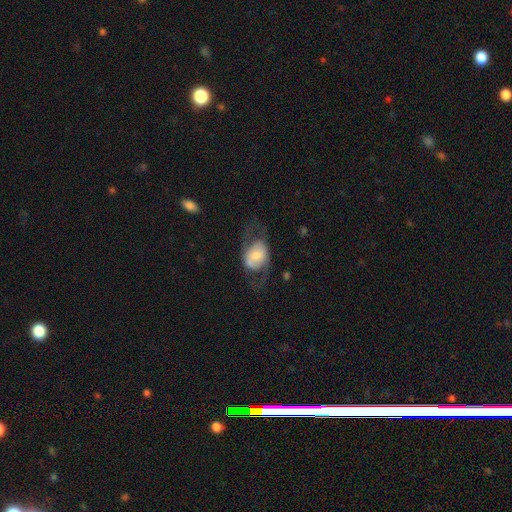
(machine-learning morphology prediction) featured or disk 48%, smooth 46%, star or artifact 7%. Down the decision tree: merging — none (50%).